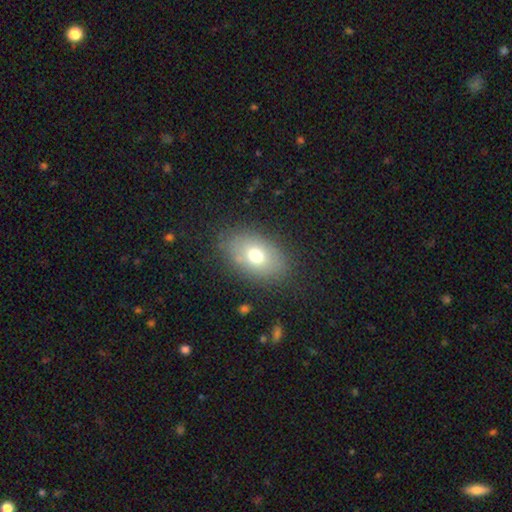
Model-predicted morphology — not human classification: Smooth or featured?
  - smooth: 68% *
  - featured or disk: 21%
  - star or artifact: 10%
How rounded?
  - in between: 85% *
  - round: 13%
  - cigar-shaped: 2%
Merging?
  - none: 84% *
  - minor disturbance: 11%
  - major disturbance: 3%
  - merger: 1%